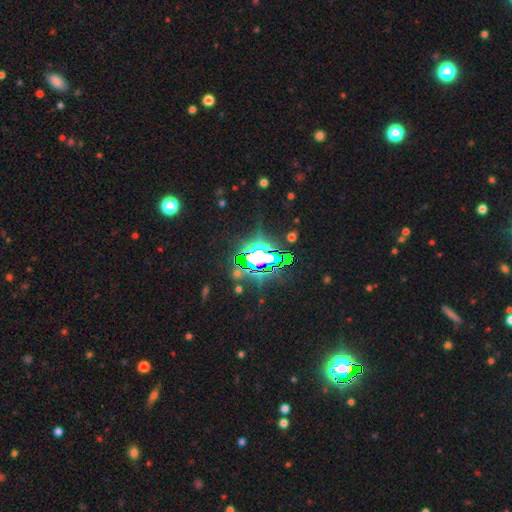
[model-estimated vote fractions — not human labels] Smooth or featured? Predicted: star or artifact (p=0.78).